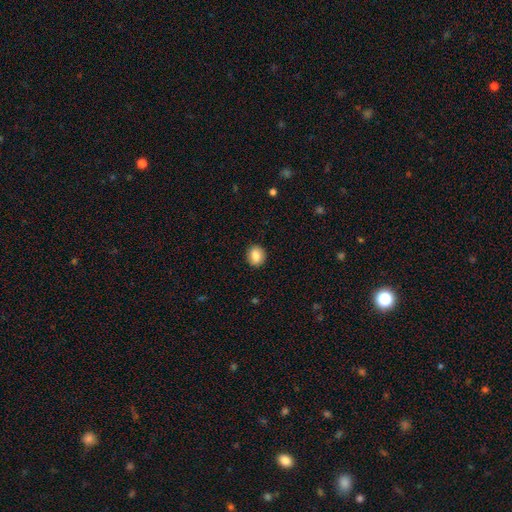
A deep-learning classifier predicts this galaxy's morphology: type=smooth (86%); roundness=round (69%); merging=none (89%).